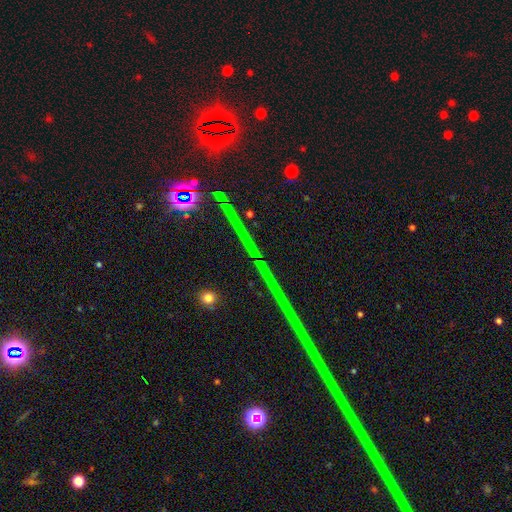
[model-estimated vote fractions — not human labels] star or artifact 85%, featured or disk 8%, smooth 7%.